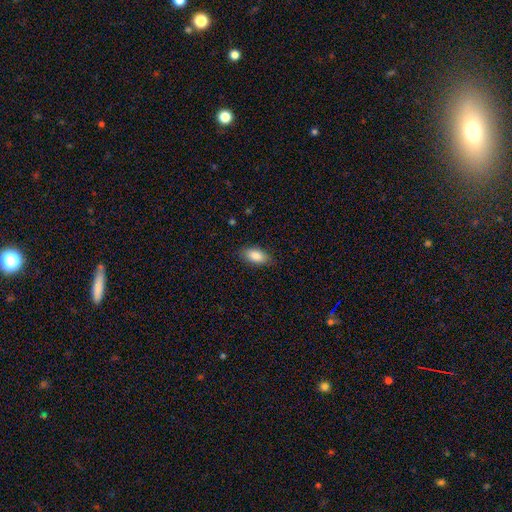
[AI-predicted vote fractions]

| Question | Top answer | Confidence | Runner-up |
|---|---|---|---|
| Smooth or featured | smooth | 87% | star or artifact (7%) |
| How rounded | in between | 92% | cigar-shaped (5%) |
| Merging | none | 83% | minor disturbance (13%) |